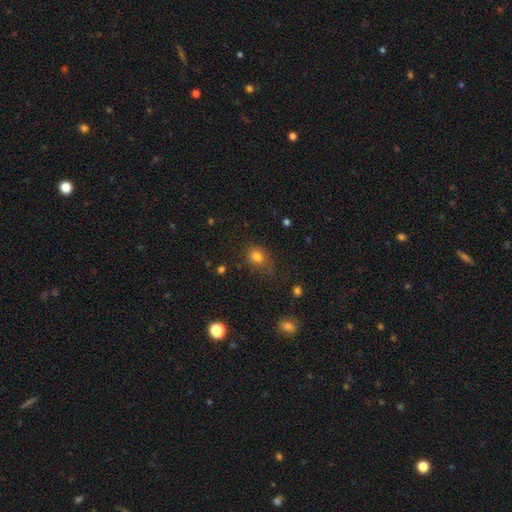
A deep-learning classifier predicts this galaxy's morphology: Smooth or featured?
  - smooth: 72% *
  - star or artifact: 20%
  - featured or disk: 8%
How rounded?
  - round: 69% *
  - in between: 30%
  - cigar-shaped: 1%
Merging?
  - none: 67% *
  - minor disturbance: 22%
  - major disturbance: 9%
  - merger: 2%